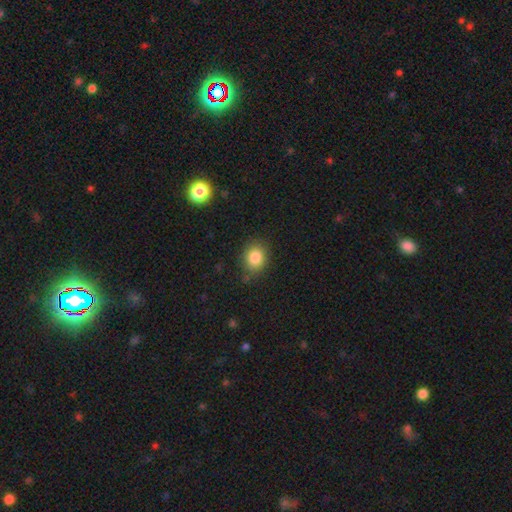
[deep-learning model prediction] Morphology: type=smooth (83%); roundness=round (62%); merging=none (85%).